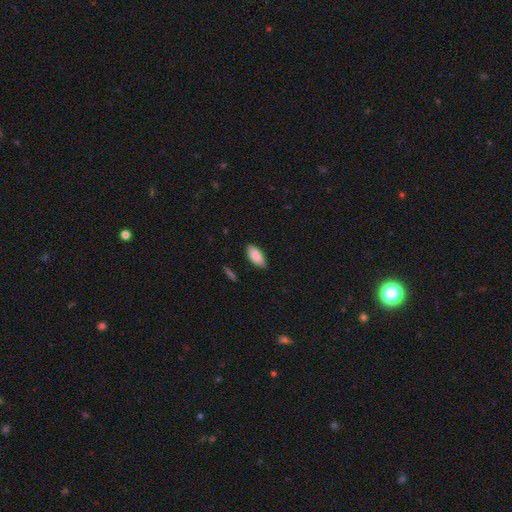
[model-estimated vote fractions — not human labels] Smooth or featured?
  - smooth: 88% *
  - star or artifact: 6%
  - featured or disk: 5%
How rounded?
  - in between: 90% *
  - cigar-shaped: 8%
  - round: 2%
Merging?
  - none: 83% *
  - minor disturbance: 14%
  - major disturbance: 2%
  - merger: 1%